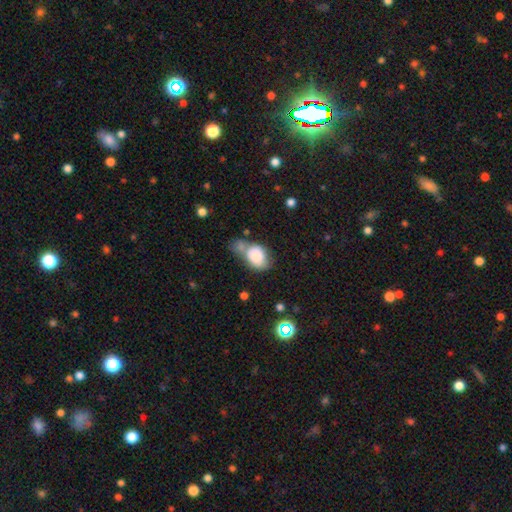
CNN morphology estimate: smooth-or-featured: smooth: 78% | featured or disk: 14% | star or artifact: 8%
  how-rounded: in between: 71% | round: 28% | cigar-shaped: 1%
  merging: merger: 38% | none: 29% | minor disturbance: 20% | major disturbance: 13%